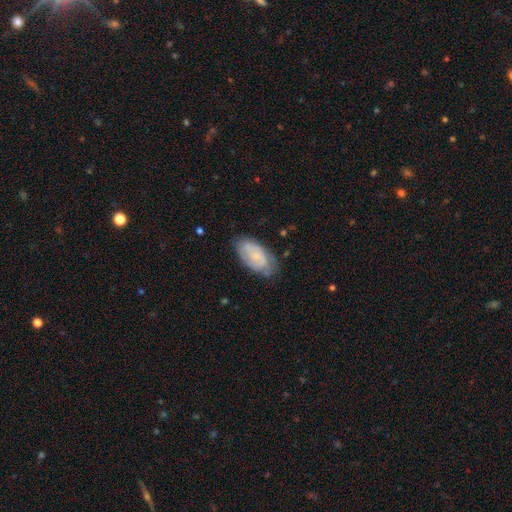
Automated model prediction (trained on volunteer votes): featured or disk 54%, smooth 39%, star or artifact 7%. Down the decision tree: edge-on disk — no (94%); bar — no (67%); spiral arms — yes (80%); bulge size — small (69%); merging — none (70%).